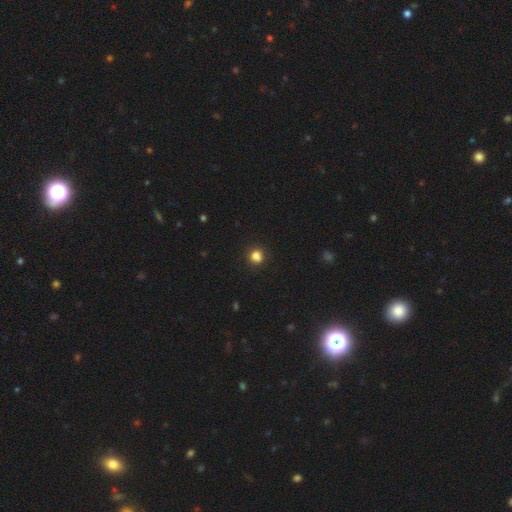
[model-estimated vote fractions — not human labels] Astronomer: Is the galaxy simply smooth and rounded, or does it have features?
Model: smooth — 82%.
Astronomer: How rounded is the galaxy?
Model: round — 75%.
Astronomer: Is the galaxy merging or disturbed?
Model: none — 79%.